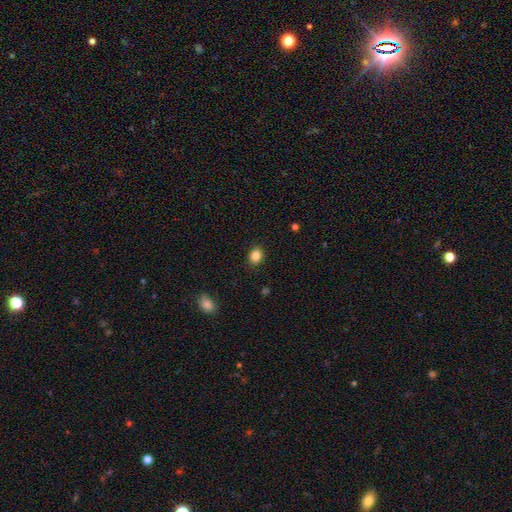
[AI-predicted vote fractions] A smooth galaxy with no disk features (85%) that is round (53%).

Vote fractions:
- Smooth or featured? smooth: 85% / star or artifact: 10% / featured or disk: 5%
- How rounded? round: 53% / in between: 46% / cigar-shaped: 1%
- Merging? none: 89% / minor disturbance: 8% / major disturbance: 2% / merger: 1%